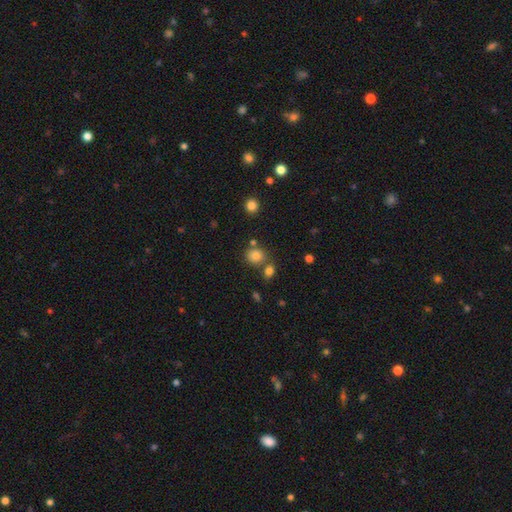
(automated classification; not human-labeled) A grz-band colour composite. It shows a smooth galaxy with no disk features (81%) that is round (76%). Merging: none (67%).